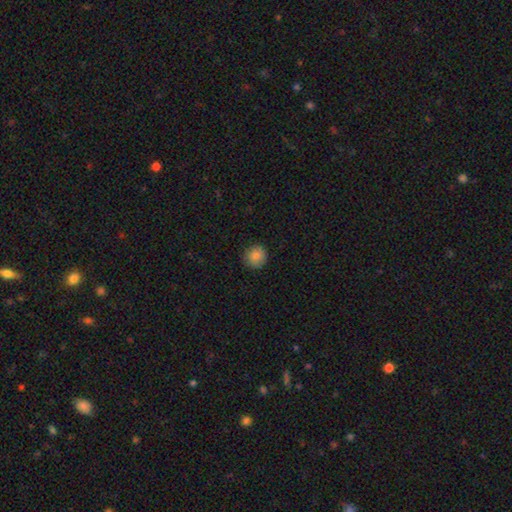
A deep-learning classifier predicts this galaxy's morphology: Overall: smooth (83%). How rounded: round (93%). Merging: none (90%).